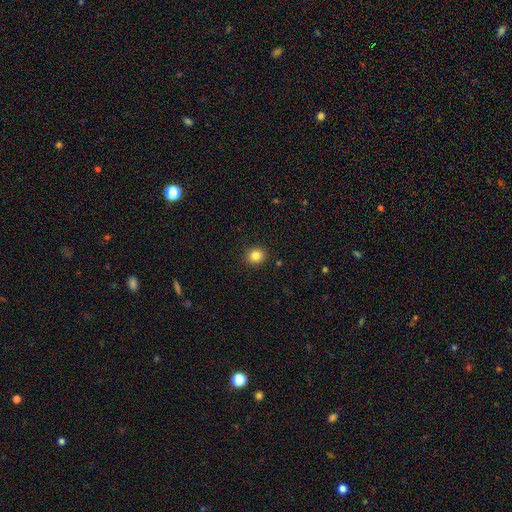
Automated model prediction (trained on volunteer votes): Overall: smooth (83%). How rounded: round (86%). Merging: none (91%).